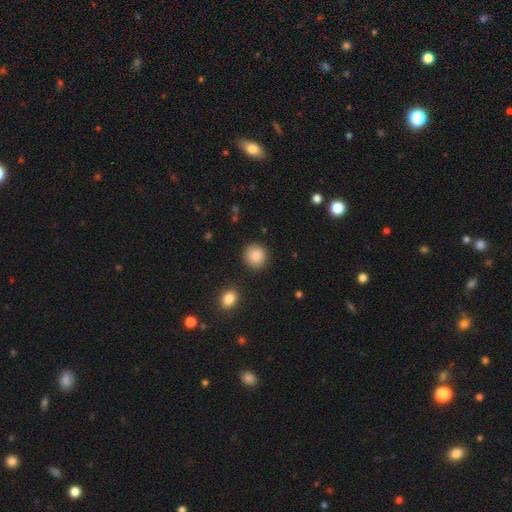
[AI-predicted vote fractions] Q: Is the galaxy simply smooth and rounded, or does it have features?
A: smooth — 88%.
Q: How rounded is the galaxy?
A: round — 91%.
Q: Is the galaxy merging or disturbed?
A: none — 90%.